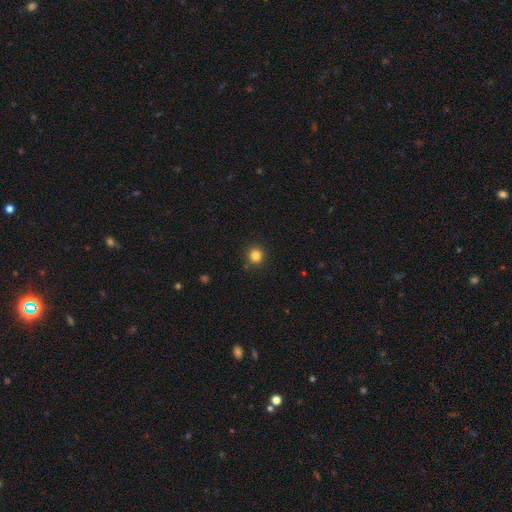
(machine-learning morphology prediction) Smooth or featured? Predicted: smooth (p=0.83). How rounded? Predicted: round (p=0.93). Merging? Predicted: none (p=0.90).